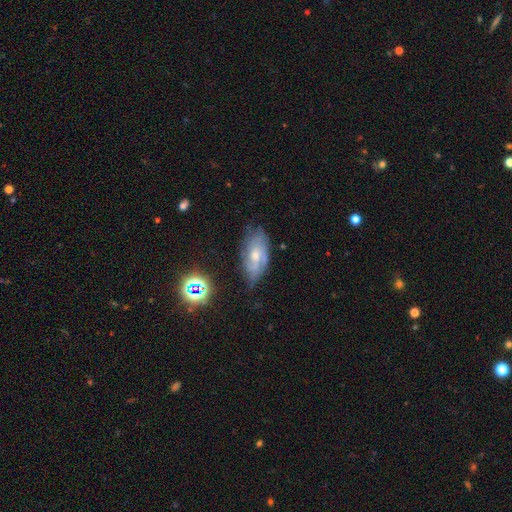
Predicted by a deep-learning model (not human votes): A featured or disk galaxy (63%) with no bar (66%), spiral arms (82%) and a moderate central bulge (52%).

Vote fractions:
- Smooth or featured? featured or disk: 63% / smooth: 23% / star or artifact: 15%
- Edge-on disk? no: 90% / yes: 10%
- Bar? no: 66% / weak: 28% / strong: 5%
- Spiral arms? yes: 82% / no: 18%
- Bulge size? moderate: 52% / small: 43% / large: 2% / none: 2% / dominant: 1%
- Merging? none: 62% / minor disturbance: 27% / major disturbance: 8% / merger: 2%